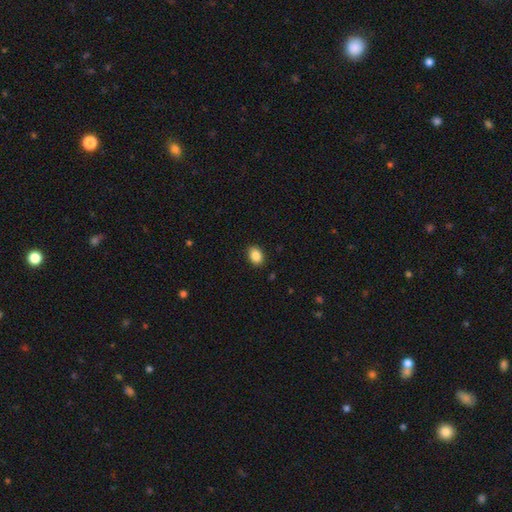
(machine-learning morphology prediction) Smooth or featured? smooth (88%)
How rounded? in between (75%)
Merging? none (89%)